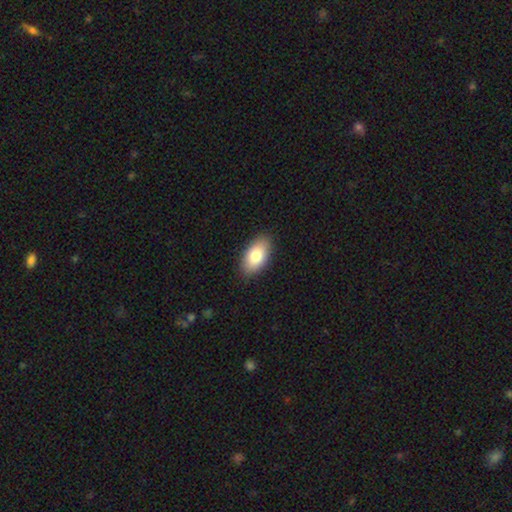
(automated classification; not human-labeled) A smooth galaxy with no disk features (81%) that is in between round and cigar-shaped (94%). Merging: none (88%).